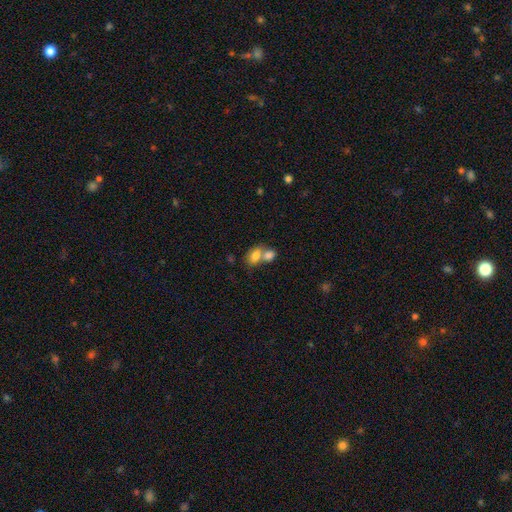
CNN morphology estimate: type=smooth (79%); roundness=in between (82%); merging=merger (63%).